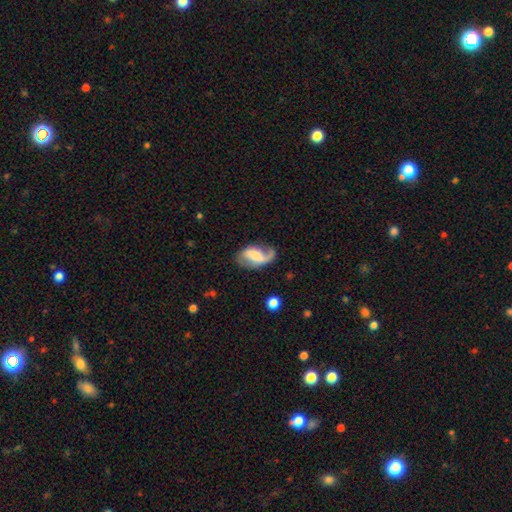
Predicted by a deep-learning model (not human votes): Q: Smooth or featured?
A: featured or disk (70%); runner-up: smooth (24%)
Q: Edge-on disk?
A: no (96%); runner-up: yes (4%)
Q: Bar?
A: weak (43%); runner-up: no (35%)
Q: Spiral arms?
A: yes (92%); runner-up: no (8%)
Q: Spiral winding?
A: loose (60%); runner-up: medium (30%)
Q: Spiral arm count?
A: 2 (59%); runner-up: 1 (34%)
Q: Bulge size?
A: moderate (33%); runner-up: small (32%)
Q: Merging?
A: none (54%); runner-up: minor disturbance (24%)